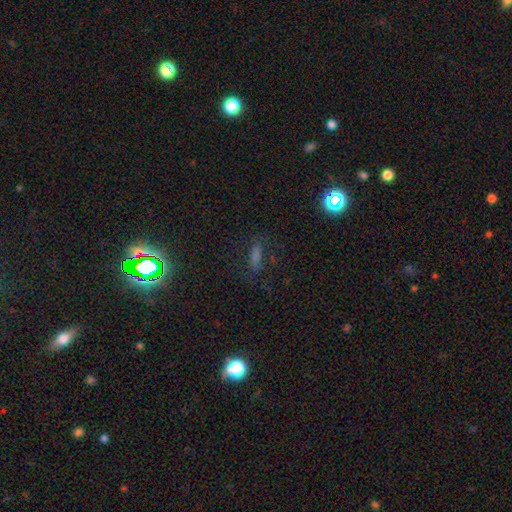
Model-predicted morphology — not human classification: The model was most divided on "smooth or featured": smooth: 44%, star or artifact: 36%, featured or disk: 20%. More confident: merging — none (72%).